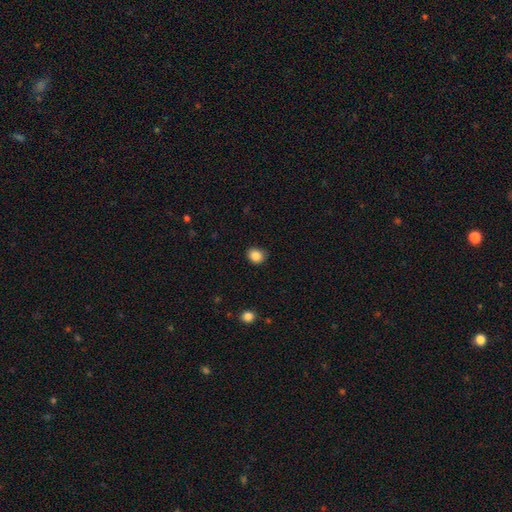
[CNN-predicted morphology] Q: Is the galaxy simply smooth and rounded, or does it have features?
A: smooth — 85%.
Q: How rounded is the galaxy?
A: round — 64%.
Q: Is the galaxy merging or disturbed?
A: none — 82%.